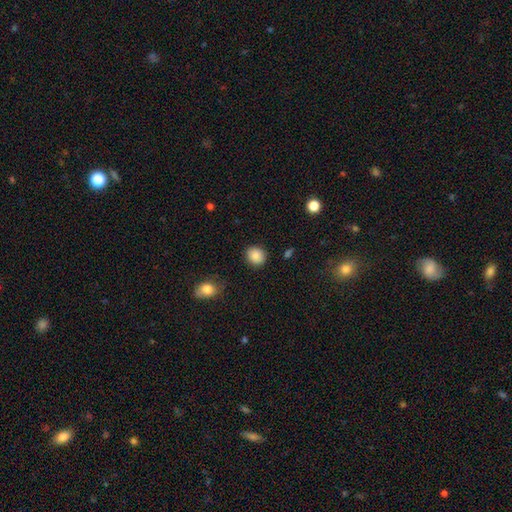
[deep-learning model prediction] Overall: smooth (88%). How rounded: round (72%). Merging: none (88%).